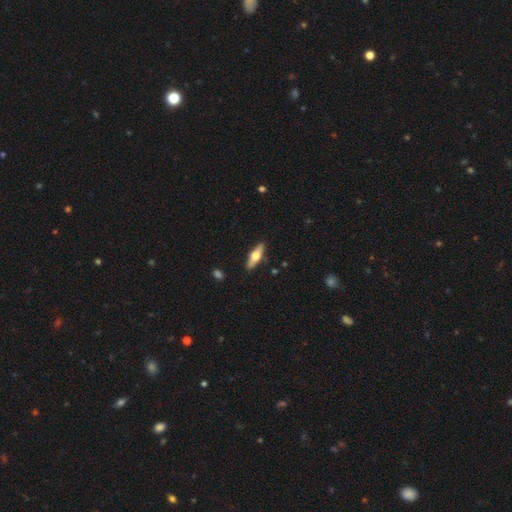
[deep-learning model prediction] This appears to be a featured or disk galaxy (48%). Merging: none (88%).